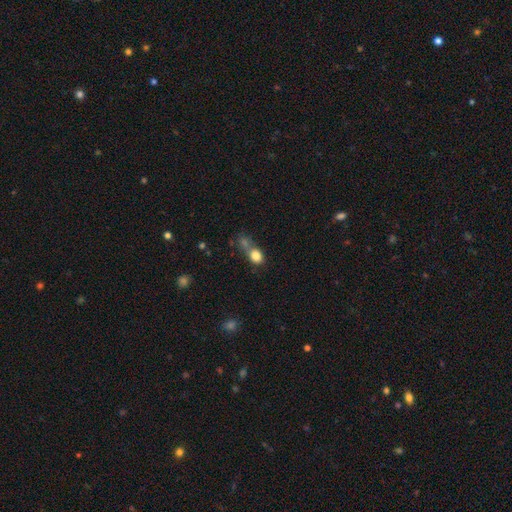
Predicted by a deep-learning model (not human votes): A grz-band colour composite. It shows a smooth galaxy with no disk features (81%) that is round (56%). Merging: merger (42%).